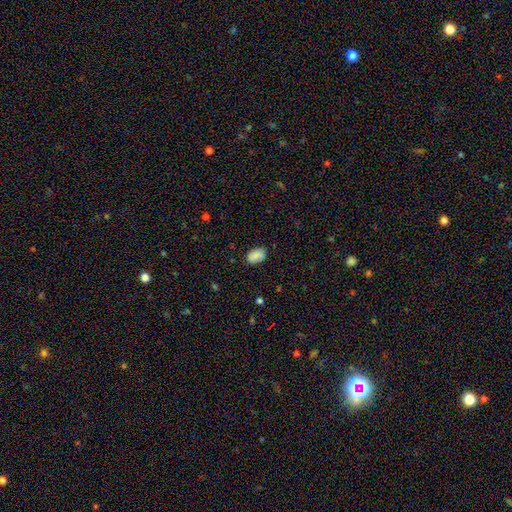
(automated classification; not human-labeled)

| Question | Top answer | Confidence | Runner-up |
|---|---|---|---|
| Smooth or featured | smooth | 85% | star or artifact (8%) |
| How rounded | in between | 89% | round (10%) |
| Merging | none | 81% | minor disturbance (15%) |